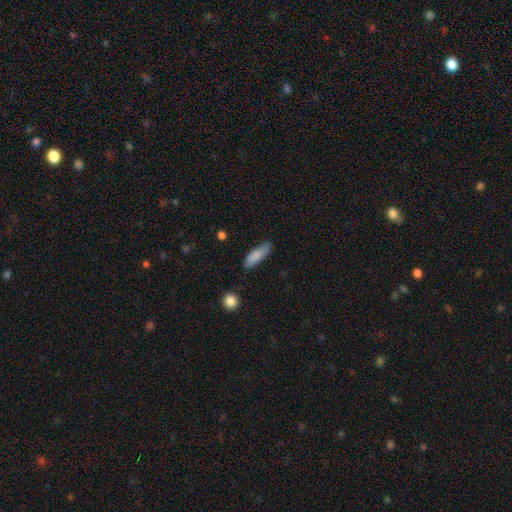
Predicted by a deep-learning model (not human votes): Smooth or featured? smooth (83%)
How rounded? in between (50%)
Merging? none (71%)